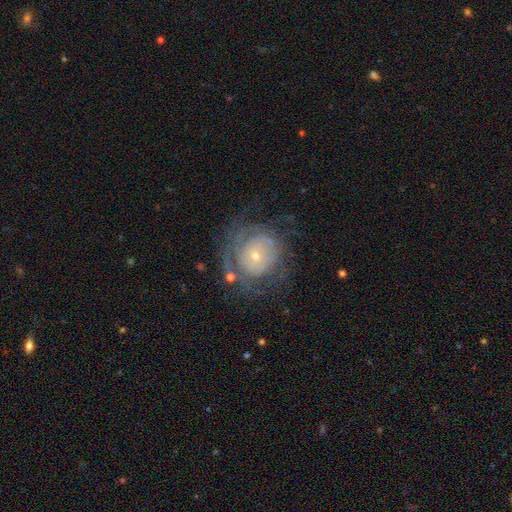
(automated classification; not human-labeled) Smooth or featured: featured or disk — 65% (smooth — 26%)
Edge-on disk: no — 97% (yes — 3%)
Bar: no — 81% (weak — 16%)
Spiral arms: yes — 65% (no — 35%)
Bulge size: small — 68% (moderate — 27%)
Merging: none — 59% (minor disturbance — 20%)